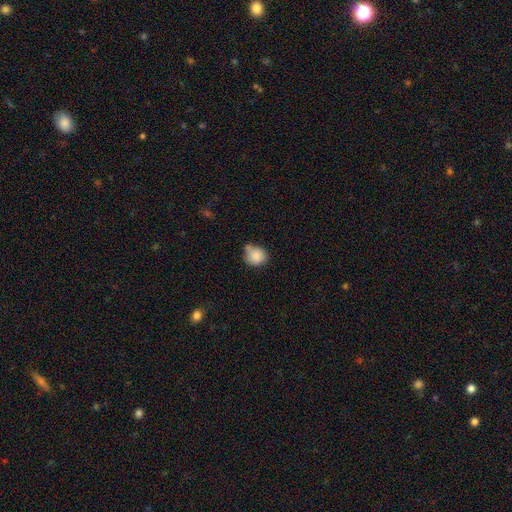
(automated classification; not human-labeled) Overall: smooth (86%). How rounded: round (79%). Merging: none (55%; minor disturbance 24%).